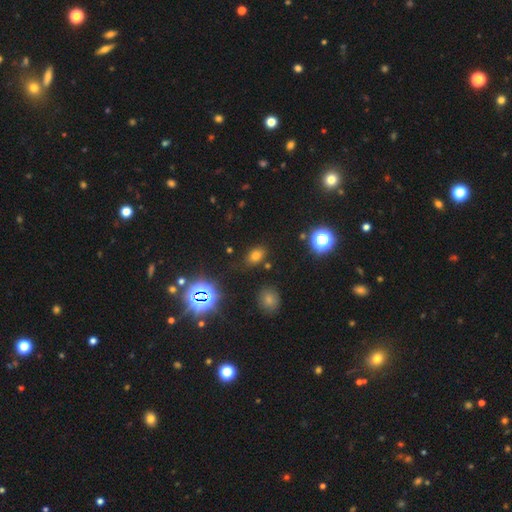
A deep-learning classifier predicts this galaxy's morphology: Overall: smooth (67%). How rounded: in between (76%). Merging: none (81%).